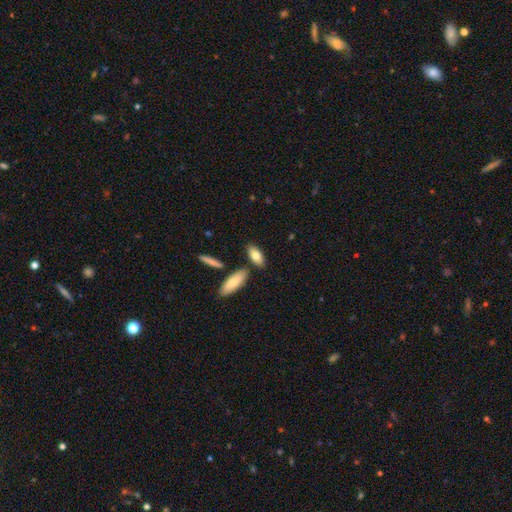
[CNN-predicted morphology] A smooth galaxy with no disk features (77%) that is in between round and cigar-shaped (82%).

Vote fractions:
- Smooth or featured? smooth: 77% / featured or disk: 17% / star or artifact: 6%
- How rounded? in between: 82% / cigar-shaped: 15% / round: 3%
- Merging? none: 76% / minor disturbance: 12% / merger: 10% / major disturbance: 3%